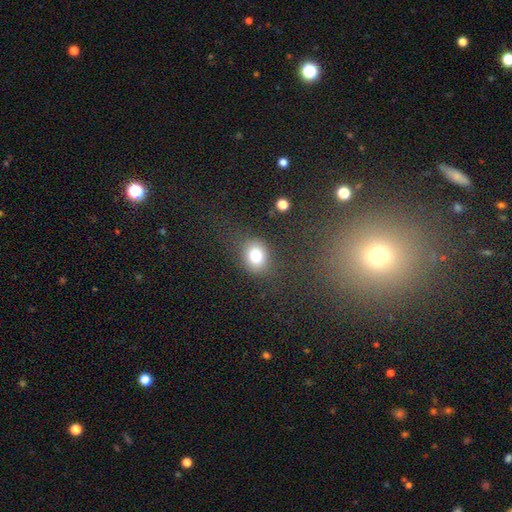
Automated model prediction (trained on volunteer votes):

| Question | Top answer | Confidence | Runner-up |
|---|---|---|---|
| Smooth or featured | smooth | 78% | star or artifact (12%) |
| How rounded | round | 60% | in between (39%) |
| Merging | none | 75% | minor disturbance (14%) |